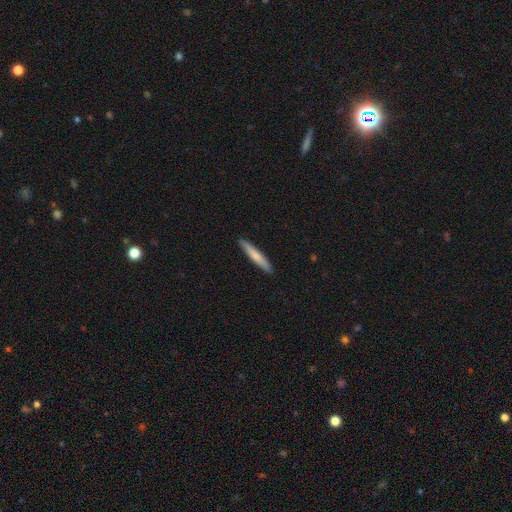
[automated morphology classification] smooth_or_featured: smooth (p=0.68) [alt: featured or disk p=0.27]
how_rounded: cigar-shaped (p=0.95) [alt: in between p=0.04]
merging: none (p=0.92) [alt: minor disturbance p=0.06]